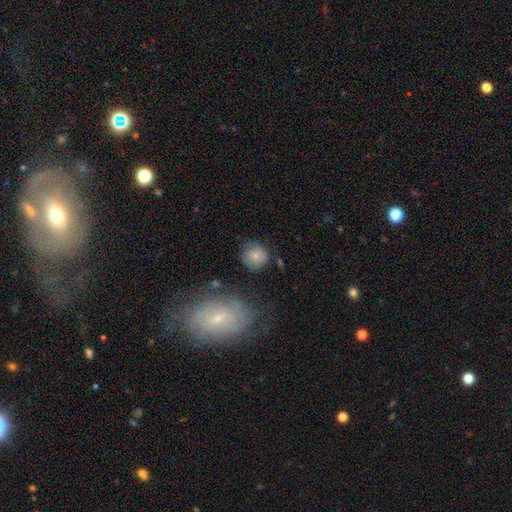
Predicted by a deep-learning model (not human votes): smooth 78%, featured or disk 14%, star or artifact 9%. Down the decision tree: how rounded — round (87%); merging — none (69%).